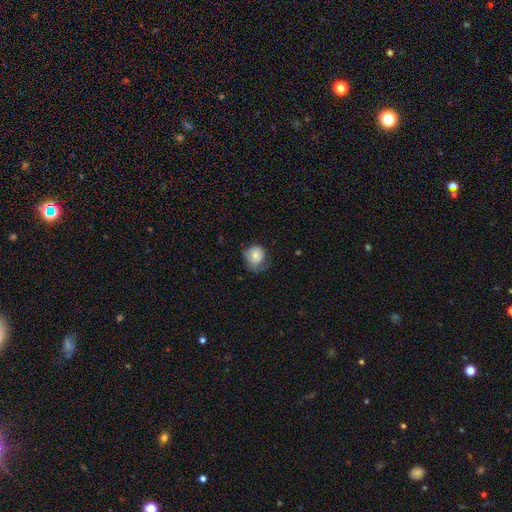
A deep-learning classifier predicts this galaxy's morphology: Overall: smooth (73%). How rounded: round (71%). Merging: none (42%; minor disturbance 34%).